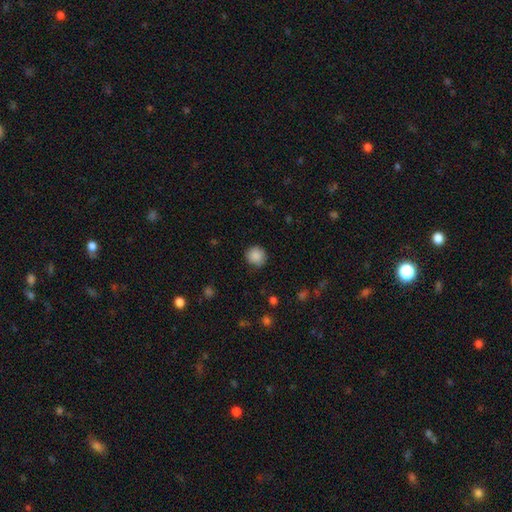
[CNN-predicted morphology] smooth_or_featured: smooth (p=0.88) [alt: star or artifact p=0.08]
how_rounded: round (p=0.92) [alt: in between p=0.07]
merging: none (p=0.87) [alt: minor disturbance p=0.09]